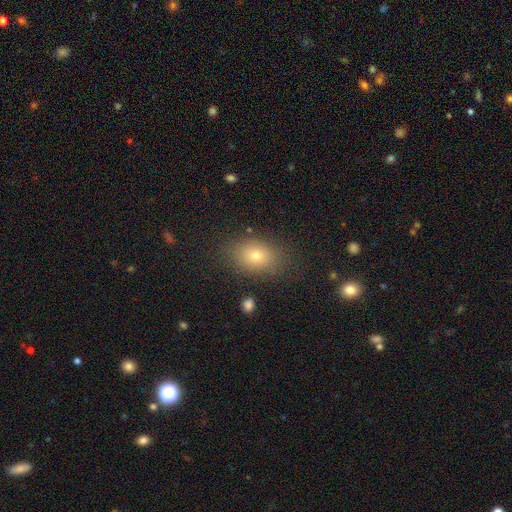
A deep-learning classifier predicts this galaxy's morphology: The model was most divided on "how rounded": in between: 71%, round: 28%, cigar-shaped: 1%. More confident: merging — none (82%); smooth or featured — smooth (75%).